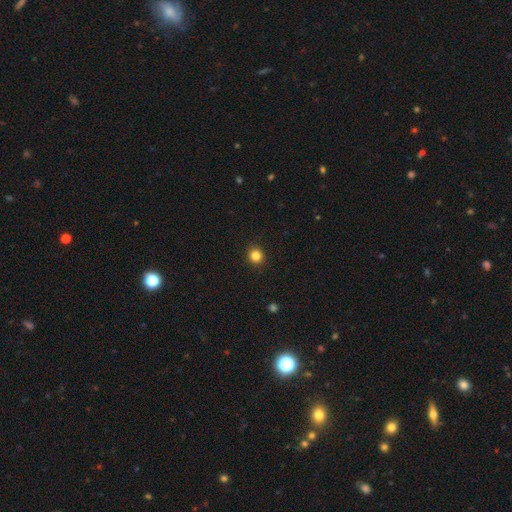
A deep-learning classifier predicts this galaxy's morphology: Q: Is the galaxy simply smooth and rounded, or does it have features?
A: smooth — 84%.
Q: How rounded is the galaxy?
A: round — 90%.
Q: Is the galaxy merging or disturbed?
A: none — 92%.